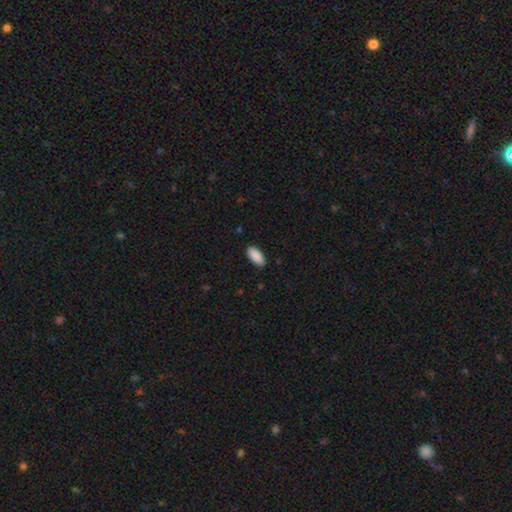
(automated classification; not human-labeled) Overall: smooth (91%). How rounded: in between (90%). Merging: none (89%).